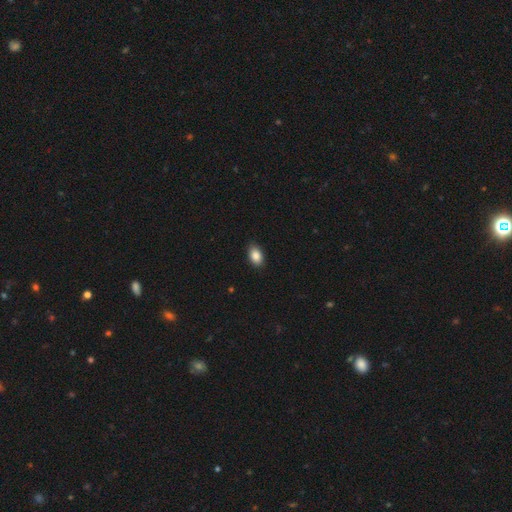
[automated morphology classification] A smooth galaxy with no disk features (87%) that is in between round and cigar-shaped (89%).

Vote fractions:
- Smooth or featured? smooth: 87% / star or artifact: 8% / featured or disk: 5%
- How rounded? in between: 89% / round: 9% / cigar-shaped: 1%
- Merging? none: 88% / minor disturbance: 9% / major disturbance: 2% / merger: 1%